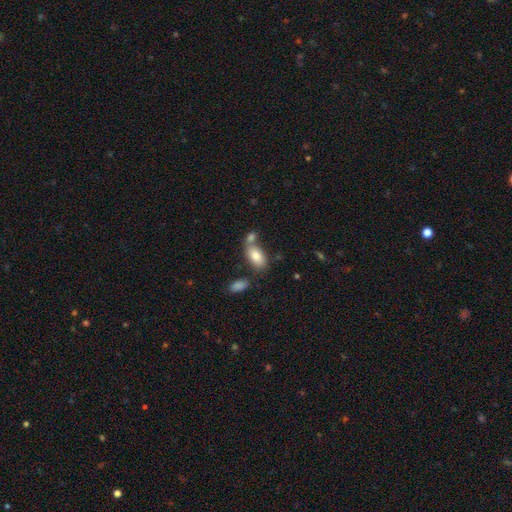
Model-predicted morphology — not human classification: Smooth or featured: smooth — 81% (featured or disk — 12%)
How rounded: in between — 92% (round — 5%)
Merging: none — 50% (merger — 33%)